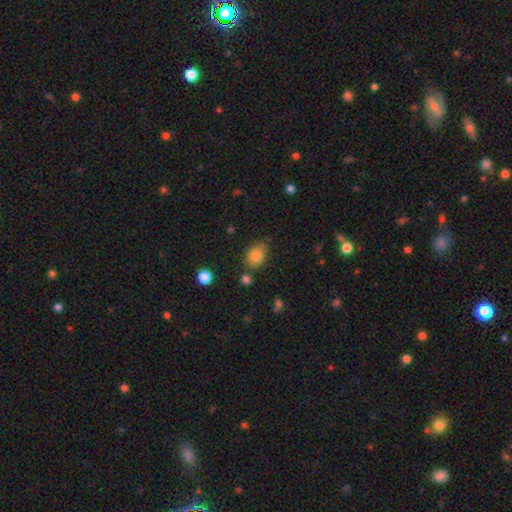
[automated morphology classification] Smooth or featured? smooth (82%)
How rounded? in between (62%)
Merging? none (69%)